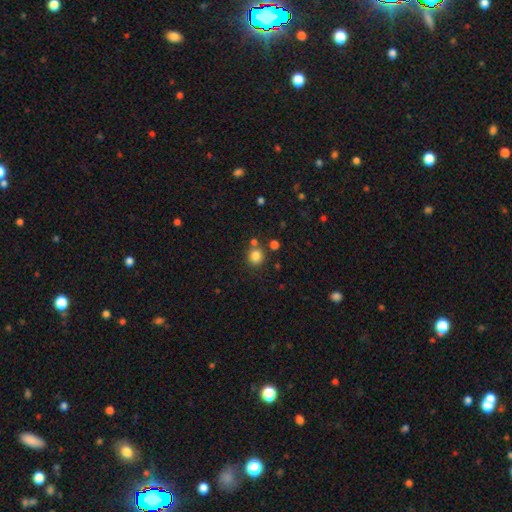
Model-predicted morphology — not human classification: A smooth galaxy with no disk features (83%) that is round (89%).

Vote fractions:
- Smooth or featured? smooth: 83% / star or artifact: 12% / featured or disk: 5%
- How rounded? round: 89% / in between: 10% / cigar-shaped: 1%
- Merging? none: 76% / merger: 12% / minor disturbance: 9% / major disturbance: 3%